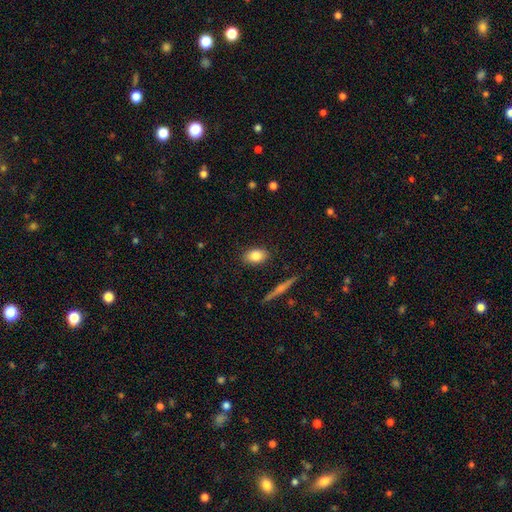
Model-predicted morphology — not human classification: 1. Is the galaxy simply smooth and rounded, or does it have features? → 82% smooth, 10% featured or disk, 8% star or artifact.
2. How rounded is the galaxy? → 84% in between, 13% round, 3% cigar-shaped.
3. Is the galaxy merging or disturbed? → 87% none, 9% minor disturbance, 2% major disturbance, 2% merger.